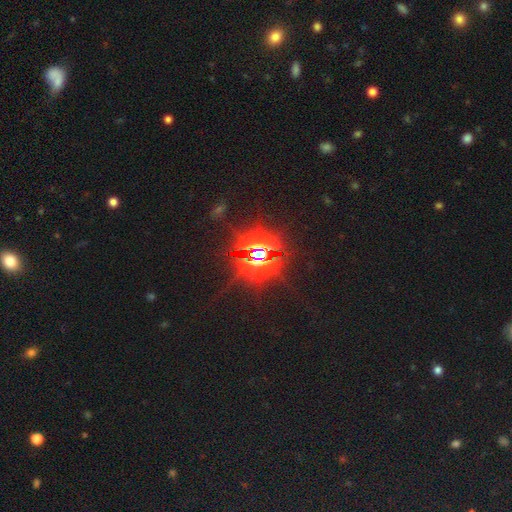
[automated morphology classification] smooth_or_featured: star or artifact (p=0.85) [alt: featured or disk p=0.08]